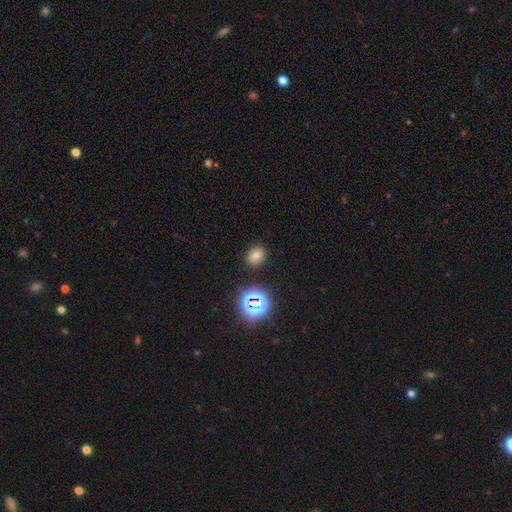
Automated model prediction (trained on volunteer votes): This appears to be a smooth galaxy with no disk features (68%) that is round (51%). Merging: none (86%).